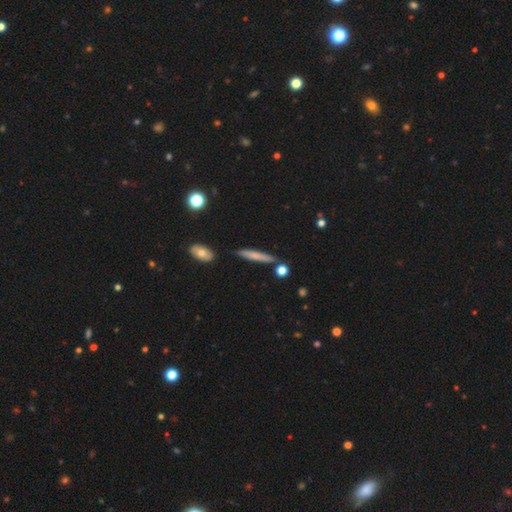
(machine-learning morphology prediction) Smooth or featured? smooth (67%)
How rounded? cigar-shaped (92%)
Merging? none (82%)